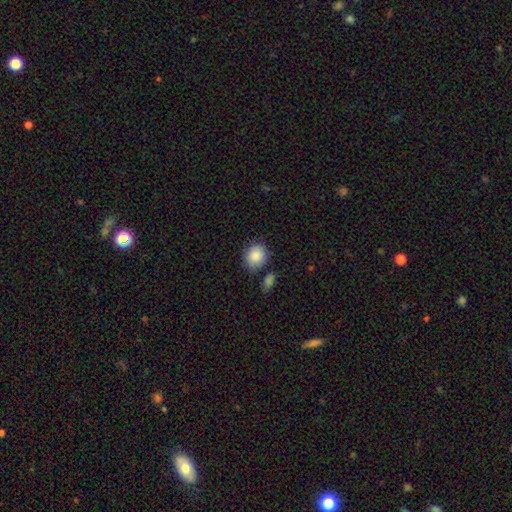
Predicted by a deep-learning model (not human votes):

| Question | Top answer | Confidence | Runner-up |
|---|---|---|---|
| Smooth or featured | smooth | 88% | star or artifact (7%) |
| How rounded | round | 74% | in between (25%) |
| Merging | none | 76% | minor disturbance (14%) |